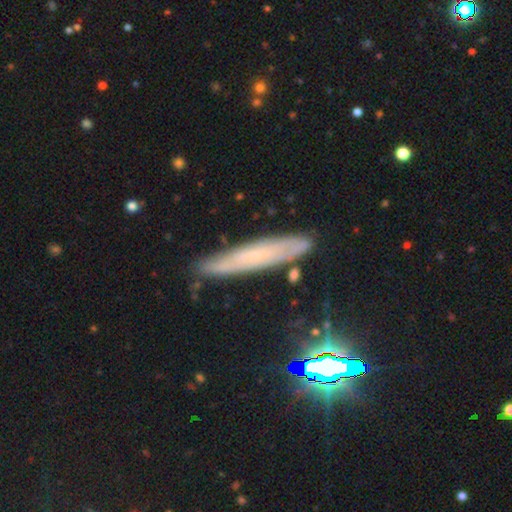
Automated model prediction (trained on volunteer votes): Morphology: type=featured or disk (47%); merging=none (80%).